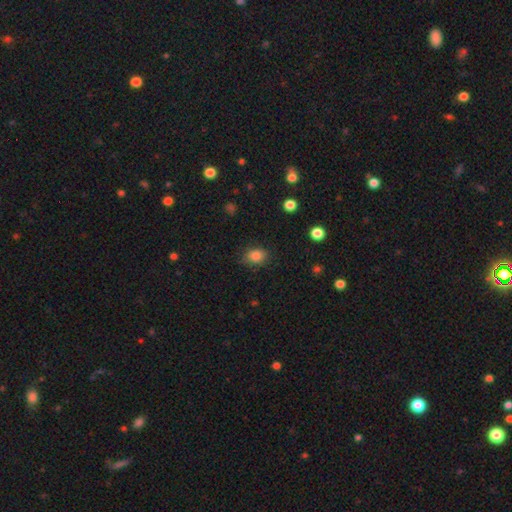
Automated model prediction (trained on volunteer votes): smooth_or_featured: smooth (p=0.84) [alt: star or artifact p=0.11]
how_rounded: in between (p=0.59) [alt: round p=0.40]
merging: none (p=0.78) [alt: minor disturbance p=0.17]